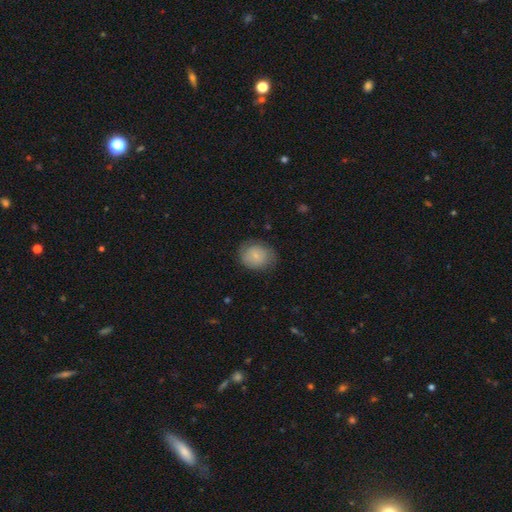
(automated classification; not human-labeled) Smooth or featured: smooth — 76% (featured or disk — 17%)
How rounded: round — 51% (in between — 48%)
Merging: none — 73% (minor disturbance — 20%)